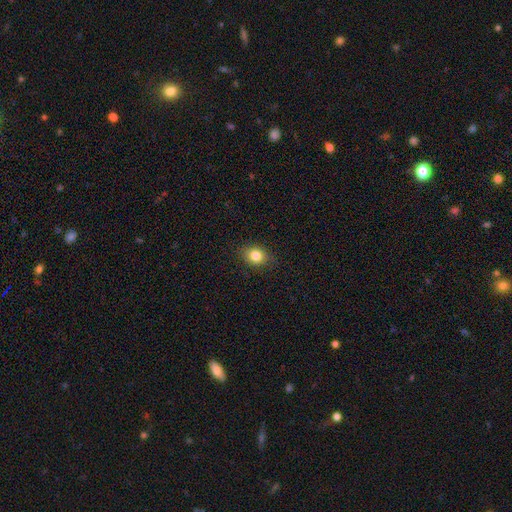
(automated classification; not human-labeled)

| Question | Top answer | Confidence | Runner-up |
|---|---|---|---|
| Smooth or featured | smooth | 82% | star or artifact (10%) |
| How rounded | in between | 51% | round (48%) |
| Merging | none | 87% | minor disturbance (10%) |